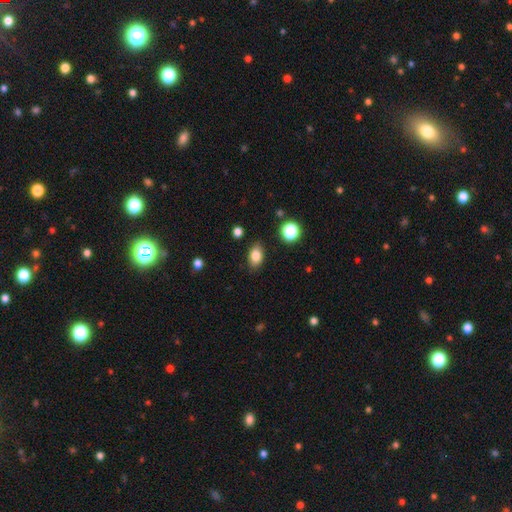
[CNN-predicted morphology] smooth-or-featured: smooth: 83% | star or artifact: 10% | featured or disk: 8%
  how-rounded: in between: 83% | round: 15% | cigar-shaped: 2%
  merging: none: 84% | minor disturbance: 11% | major disturbance: 3% | merger: 2%